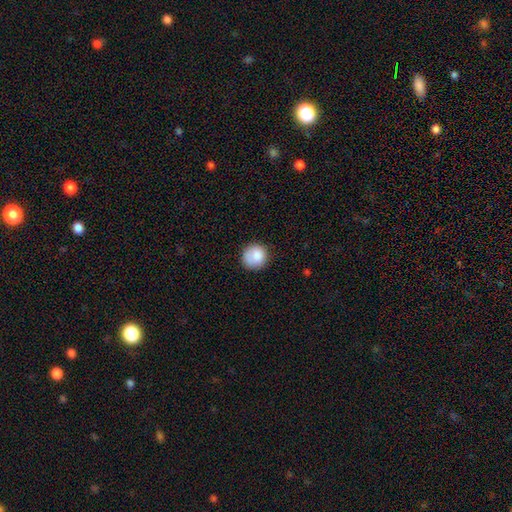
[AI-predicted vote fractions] smooth 83%, featured or disk 9%, star or artifact 8%. Down the decision tree: how rounded — round (90%); merging — none (78%).